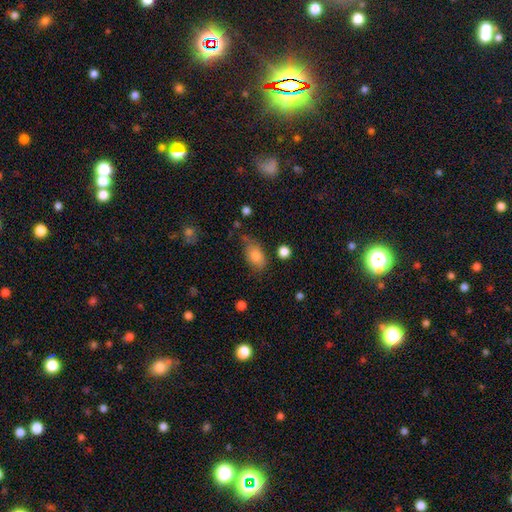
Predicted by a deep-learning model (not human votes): This is clearly a smooth galaxy (82%). How rounded: clearly in between (89%). Merging: likely none (65%).